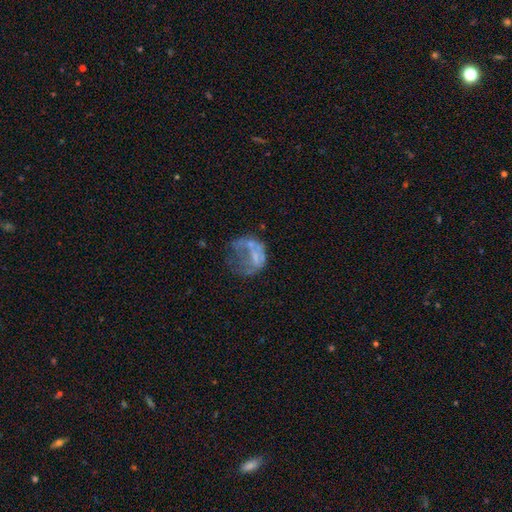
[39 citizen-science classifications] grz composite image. It shows a featured or disk galaxy (59%) with no bar (87%), no spiral arms (96%) and no central bulge (78%). Merging: none (41%).